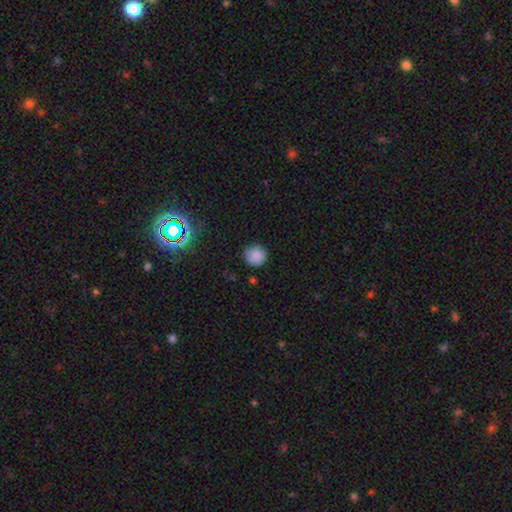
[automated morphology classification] Q: Smooth or featured?
A: smooth (84%); runner-up: star or artifact (11%)
Q: How rounded?
A: round (92%); runner-up: in between (7%)
Q: Merging?
A: none (84%); runner-up: minor disturbance (12%)